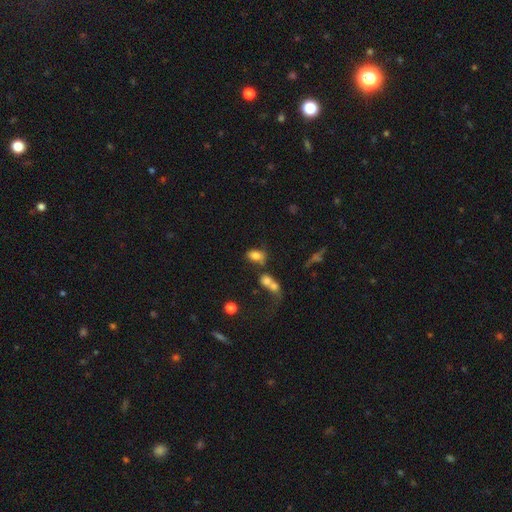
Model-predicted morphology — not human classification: Smooth or featured?
  - smooth: 77% *
  - star or artifact: 11%
  - featured or disk: 11%
How rounded?
  - in between: 83% *
  - round: 14%
  - cigar-shaped: 2%
Merging?
  - none: 49% *
  - merger: 27%
  - minor disturbance: 15%
  - major disturbance: 9%